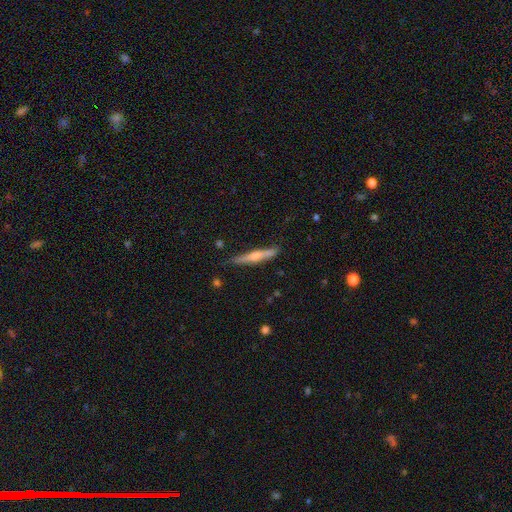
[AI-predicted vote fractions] Smooth or featured? Predicted: featured or disk (p=0.57). Edge-on disk? Predicted: yes (p=0.96). Edge-on bulge? Predicted: rounded (p=0.77). Merging? Predicted: none (p=0.83).